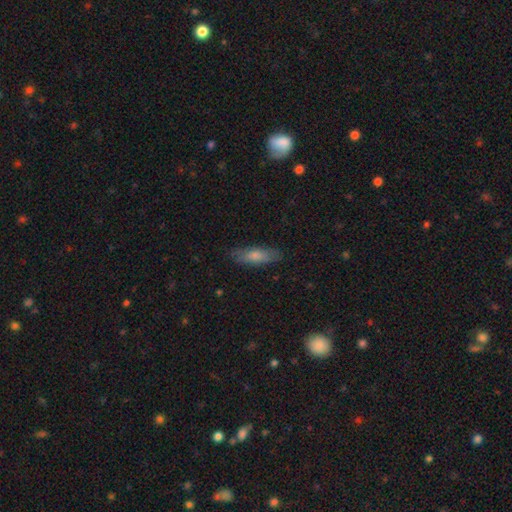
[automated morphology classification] A smooth galaxy with no disk features (76%) that is in between round and cigar-shaped (49%, tied with cigar-shaped). Merging: none (82%).